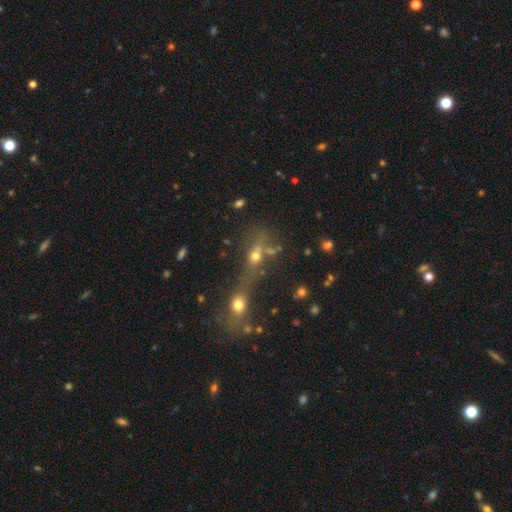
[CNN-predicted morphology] Smooth or featured: smooth — 51% (star or artifact — 27%)
How rounded: round — 47% (in between — 37%)
Merging: merger — 61% (none — 23%)